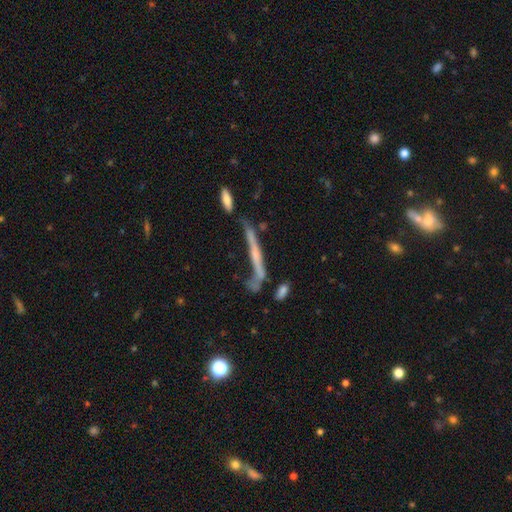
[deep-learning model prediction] Smooth or featured?
  - featured or disk: 59% *
  - smooth: 28%
  - star or artifact: 13%
Edge-on disk?
  - yes: 84% *
  - no: 16%
Merging?
  - none: 38% *
  - merger: 25%
  - minor disturbance: 19%
  - major disturbance: 18%